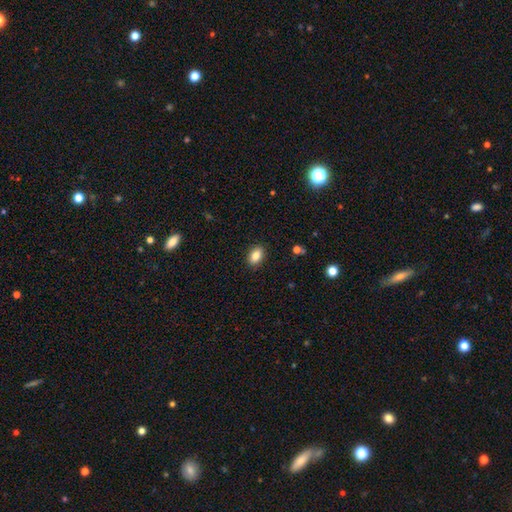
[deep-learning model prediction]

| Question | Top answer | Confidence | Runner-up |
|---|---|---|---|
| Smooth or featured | smooth | 84% | star or artifact (9%) |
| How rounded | in between | 85% | round (14%) |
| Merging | none | 89% | minor disturbance (8%) |